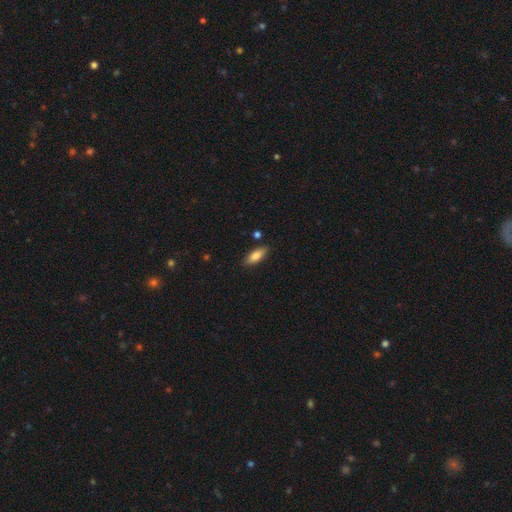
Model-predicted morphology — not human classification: smooth_or_featured: smooth (p=0.81) [alt: featured or disk p=0.13]
how_rounded: in between (p=0.69) [alt: cigar-shaped p=0.29]
merging: none (p=0.85) [alt: minor disturbance p=0.11]